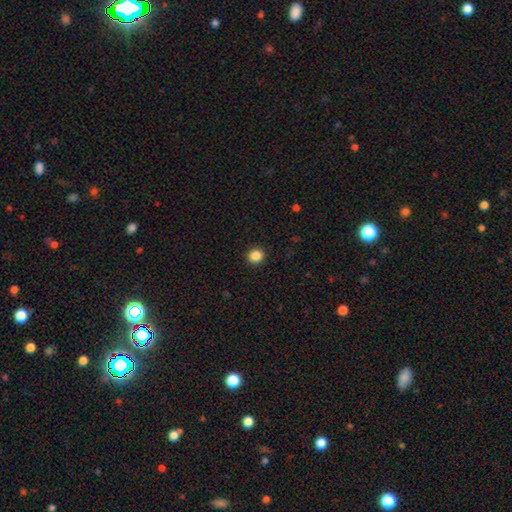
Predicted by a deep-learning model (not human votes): smooth 86%, star or artifact 10%, featured or disk 3%. Down the decision tree: how rounded — round (84%); merging — none (92%).